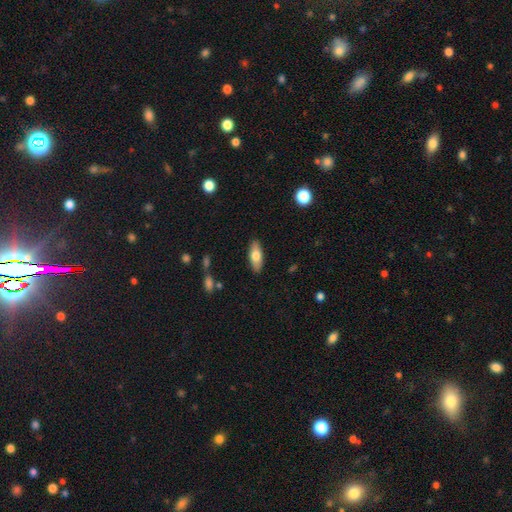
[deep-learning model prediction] This is likely a smooth galaxy (71%). How rounded: likely in between (74%). Merging: clearly none (88%).